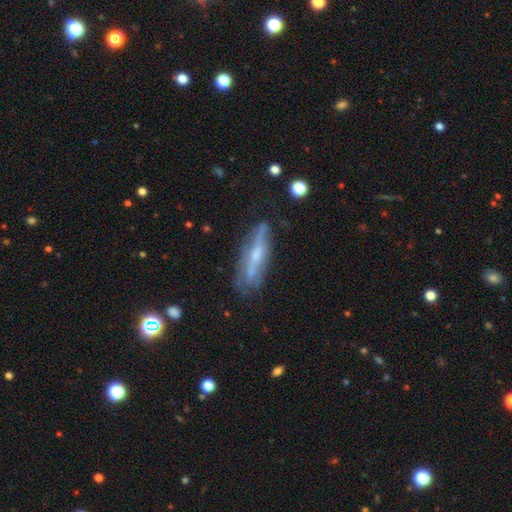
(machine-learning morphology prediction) The model was most divided on "smooth or featured": featured or disk: 63%, smooth: 29%, star or artifact: 8%. More confident: edge-on disk — yes (67%); merging — none (67%).